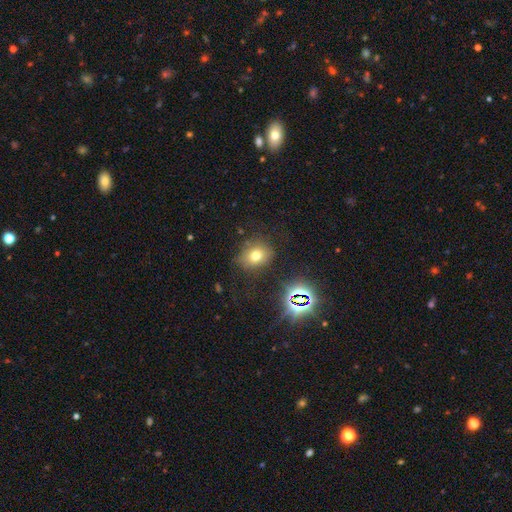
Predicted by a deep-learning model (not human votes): smooth_or_featured: smooth (p=0.68) [alt: star or artifact p=0.21]
how_rounded: in between (p=0.51) [alt: round p=0.48]
merging: none (p=0.78) [alt: minor disturbance p=0.14]